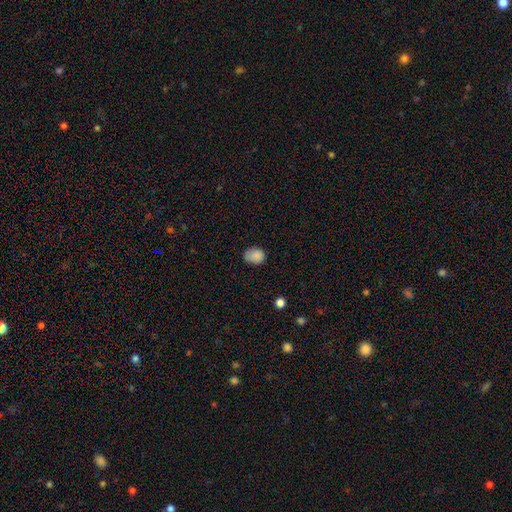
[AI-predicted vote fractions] A smooth galaxy with no disk features (84%) that is in between round and cigar-shaped (59%).

Vote fractions:
- Smooth or featured? smooth: 84% / star or artifact: 10% / featured or disk: 6%
- How rounded? in between: 59% / round: 41% / cigar-shaped: 1%
- Merging? none: 62% / minor disturbance: 29% / major disturbance: 6% / merger: 2%